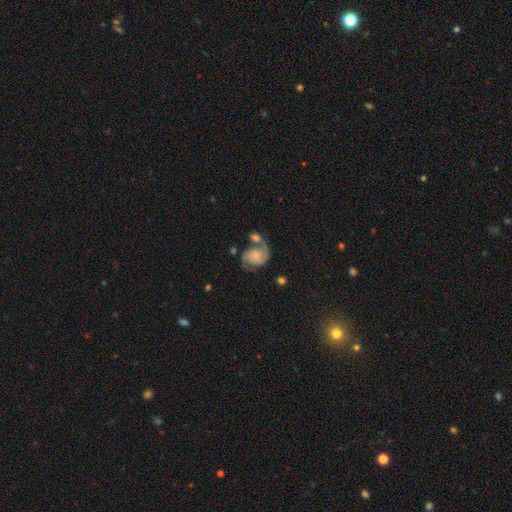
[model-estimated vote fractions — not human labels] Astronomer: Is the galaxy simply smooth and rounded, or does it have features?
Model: featured or disk — 81%.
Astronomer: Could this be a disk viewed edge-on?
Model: no — 98%.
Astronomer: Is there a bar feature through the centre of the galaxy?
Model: no — 67%.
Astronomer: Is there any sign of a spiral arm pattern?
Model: yes — 95%.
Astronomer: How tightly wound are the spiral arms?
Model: medium — 50% (runner-up: loose, 28%).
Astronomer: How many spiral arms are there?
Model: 2 — 89%.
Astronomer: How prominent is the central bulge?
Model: small — 40% (runner-up: none, 28%).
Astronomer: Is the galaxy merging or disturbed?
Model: none — 44% (runner-up: merger, 27%).